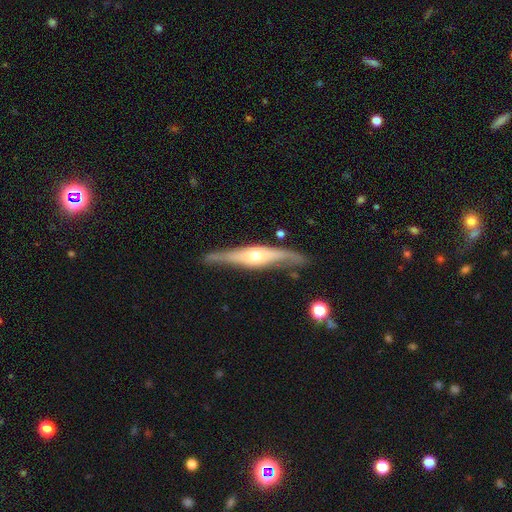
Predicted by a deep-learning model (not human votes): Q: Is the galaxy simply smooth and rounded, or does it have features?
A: featured or disk — 77%.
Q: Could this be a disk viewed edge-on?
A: yes — 88%.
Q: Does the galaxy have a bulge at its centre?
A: rounded — 80%.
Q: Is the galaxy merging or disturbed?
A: none — 78%.